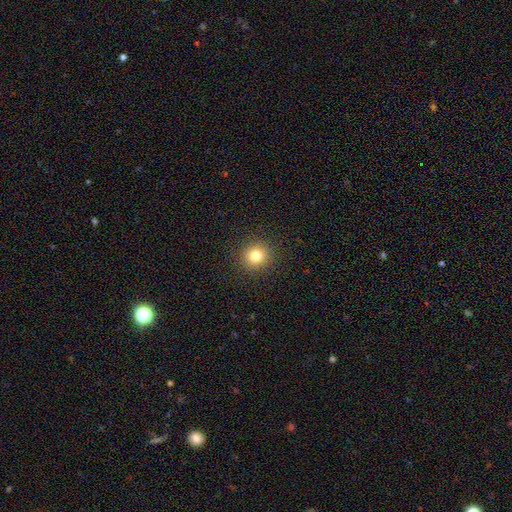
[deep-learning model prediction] smooth_or_featured: smooth (p=0.79) [alt: star or artifact p=0.13]
how_rounded: round (p=0.92) [alt: in between p=0.07]
merging: none (p=0.91) [alt: minor disturbance p=0.06]